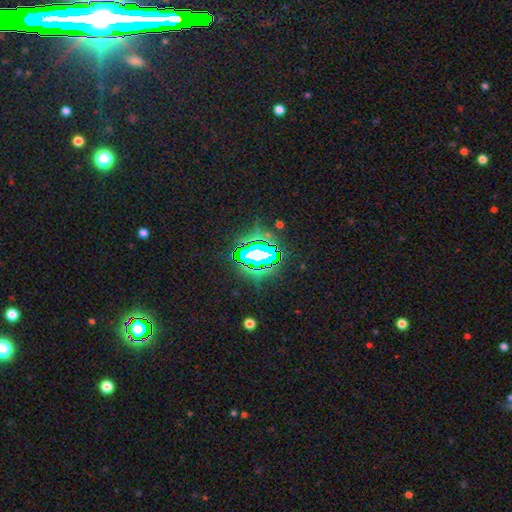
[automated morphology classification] type=star or artifact (71%).